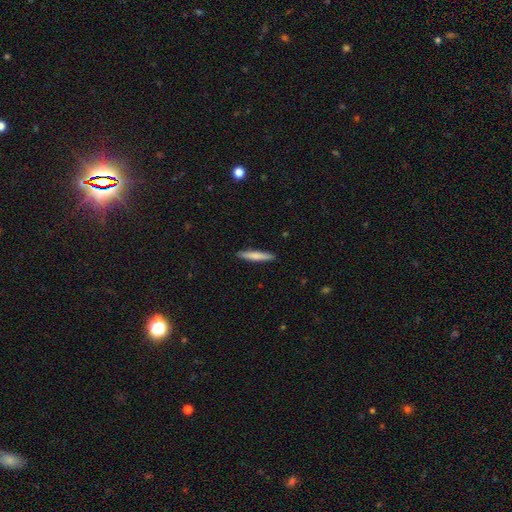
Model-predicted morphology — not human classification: A smooth galaxy with no disk features (74%) that is cigar-shaped (93%).

Vote fractions:
- Smooth or featured? smooth: 74% / featured or disk: 21% / star or artifact: 5%
- How rounded? cigar-shaped: 93% / in between: 6% / round: 1%
- Merging? none: 91% / minor disturbance: 6% / major disturbance: 1% / merger: 1%